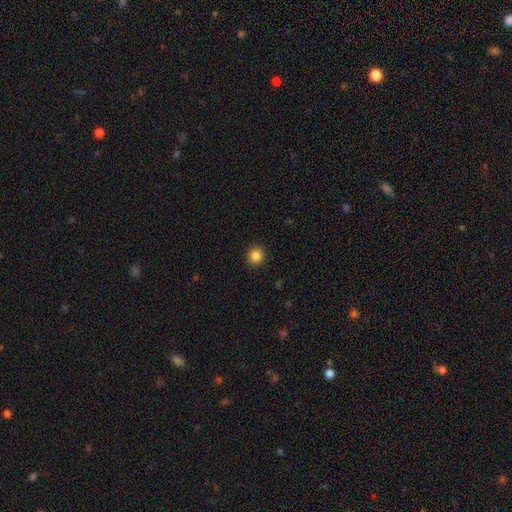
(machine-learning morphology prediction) This is clearly a smooth galaxy (85%). How rounded: clearly round (89%). Merging: clearly none (92%).